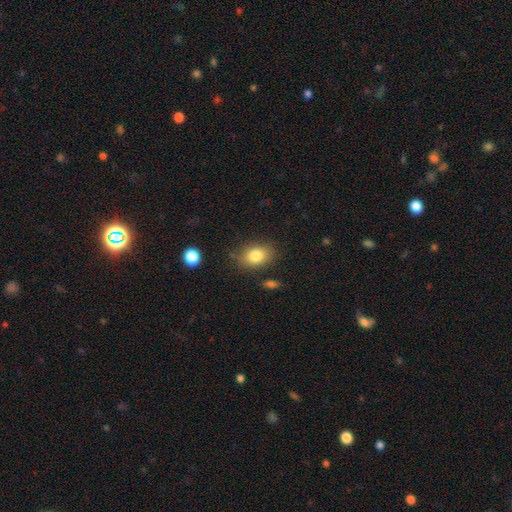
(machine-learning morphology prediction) This is clearly a smooth galaxy (83%). How rounded: likely in between (72%). Merging: likely none (79%).